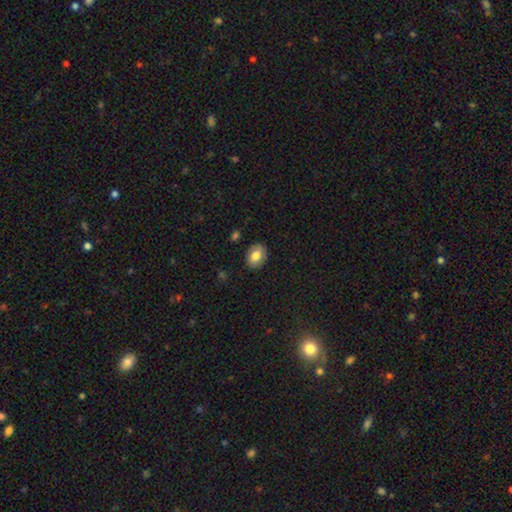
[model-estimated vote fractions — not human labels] A smooth galaxy with no disk features (78%) that is in between round and cigar-shaped (72%).

Vote fractions:
- Smooth or featured? smooth: 78% / featured or disk: 14% / star or artifact: 8%
- How rounded? in between: 72% / round: 27% / cigar-shaped: 1%
- Merging? none: 86% / minor disturbance: 11% / major disturbance: 2% / merger: 1%